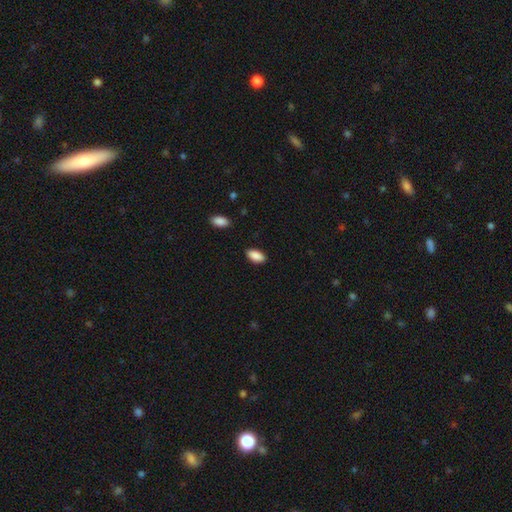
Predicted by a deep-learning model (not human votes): Morphology: type=smooth (90%); roundness=in between (93%); merging=none (87%).